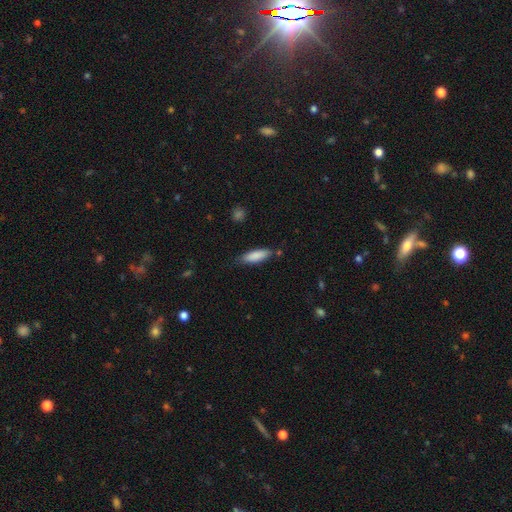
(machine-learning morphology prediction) This is clearly a smooth galaxy (86%). How rounded: possibly in between (51%). Merging: likely none (78%).